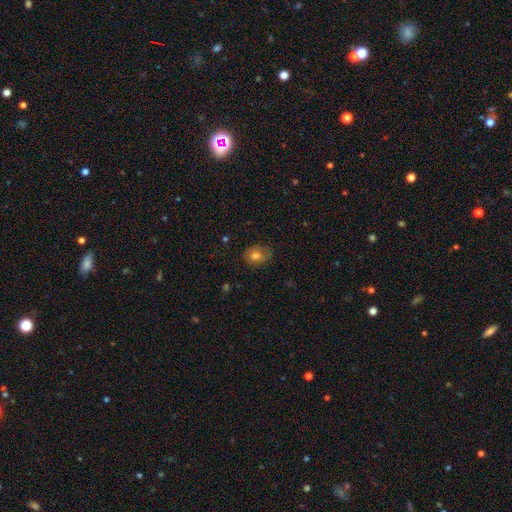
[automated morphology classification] This appears to be a smooth galaxy with no disk features (77%) that is in between round and cigar-shaped (53%). Merging: none (72%).